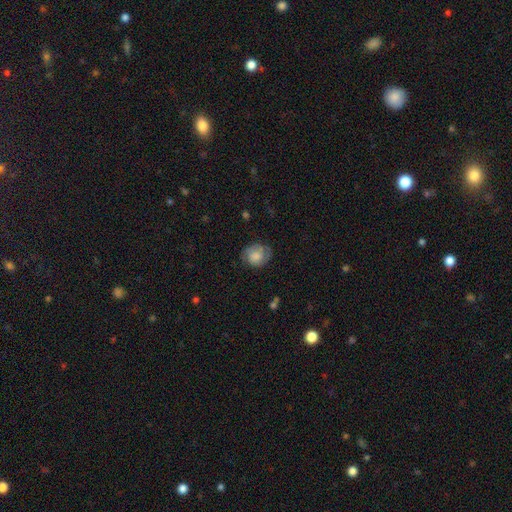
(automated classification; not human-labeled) Smooth or featured? smooth (55%)
How rounded? round (64%)
Merging? none (69%)